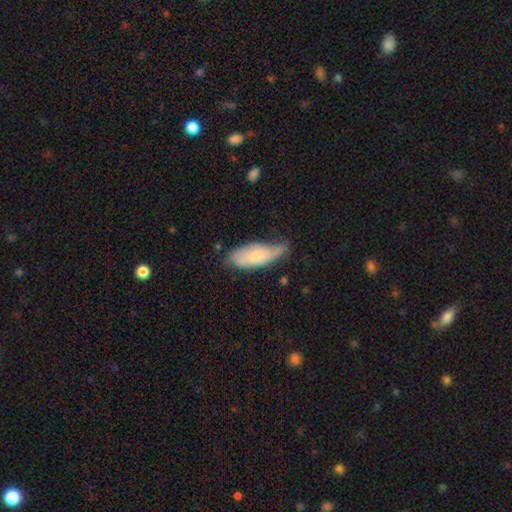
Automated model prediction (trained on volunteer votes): Q: Smooth or featured?
A: smooth (56%); runner-up: featured or disk (37%)
Q: How rounded?
A: in between (77%); runner-up: cigar-shaped (21%)
Q: Merging?
A: none (47%); runner-up: minor disturbance (39%)